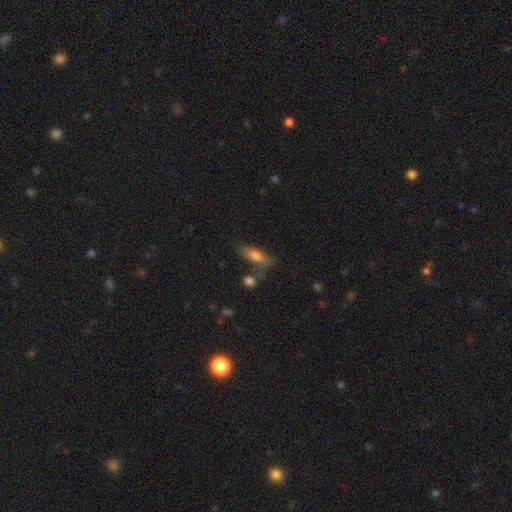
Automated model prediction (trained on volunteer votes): A smooth galaxy with no disk features (74%) that is in between round and cigar-shaped (54%). Merging: none (67%).